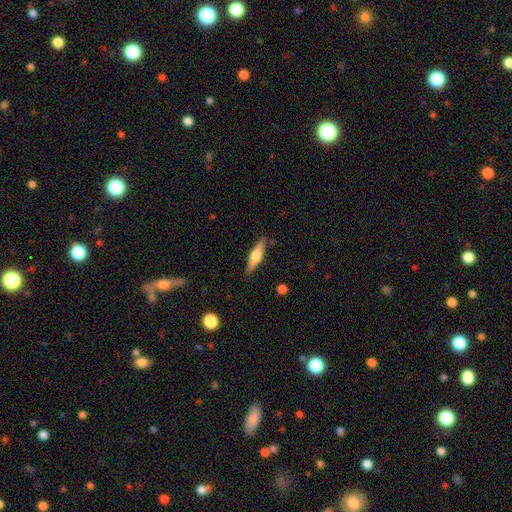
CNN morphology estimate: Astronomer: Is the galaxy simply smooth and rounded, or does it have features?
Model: featured or disk — 49% (runner-up: smooth, 45%).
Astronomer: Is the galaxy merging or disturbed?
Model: none — 85%.